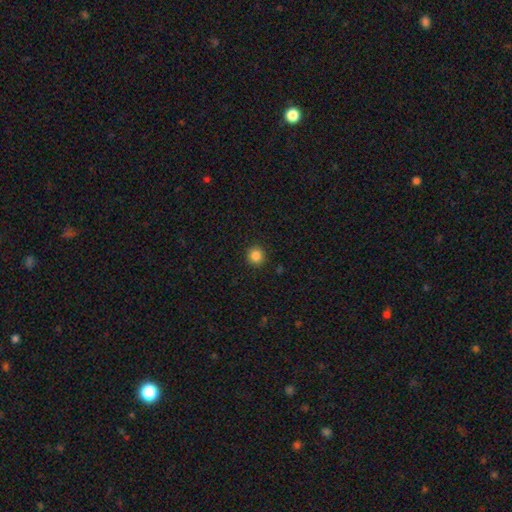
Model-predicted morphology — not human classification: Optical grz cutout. It shows a smooth galaxy with no disk features (86%) that is round (94%). Merging: none (92%).